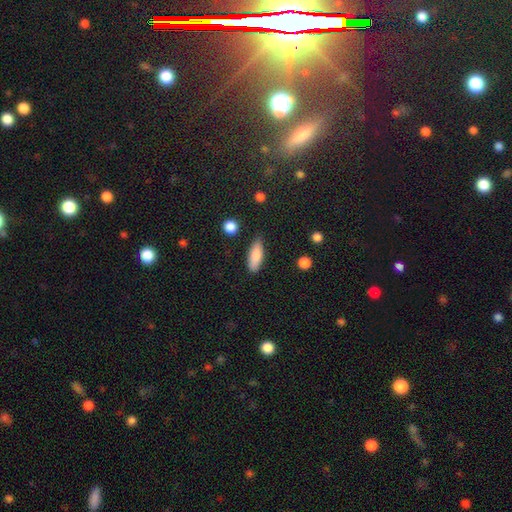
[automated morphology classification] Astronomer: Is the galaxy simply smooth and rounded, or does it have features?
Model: smooth — 84%.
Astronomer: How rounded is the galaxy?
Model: in between — 61% (runner-up: cigar-shaped, 37%).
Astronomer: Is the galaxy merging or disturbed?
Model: none — 79%.